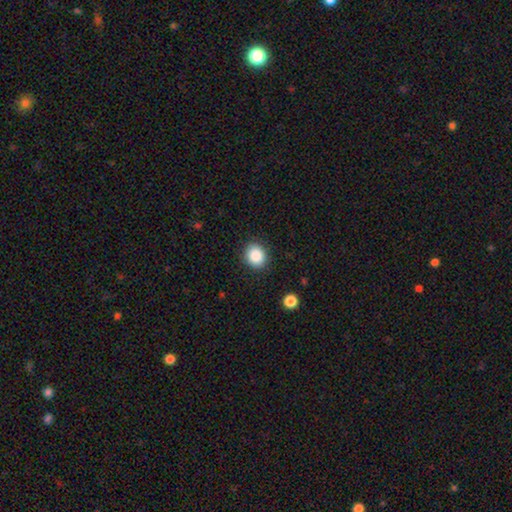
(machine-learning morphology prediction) Smooth or featured?
  - smooth: 87% *
  - star or artifact: 9%
  - featured or disk: 4%
How rounded?
  - round: 73% *
  - in between: 26%
  - cigar-shaped: 1%
Merging?
  - none: 89% *
  - minor disturbance: 8%
  - major disturbance: 2%
  - merger: 1%